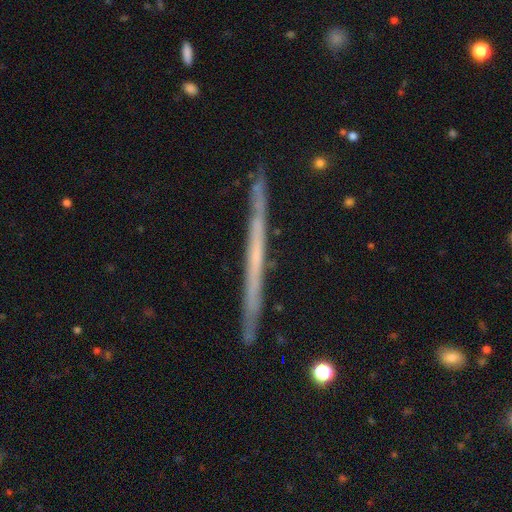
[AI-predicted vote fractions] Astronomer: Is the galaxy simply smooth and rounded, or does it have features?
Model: featured or disk — 64%.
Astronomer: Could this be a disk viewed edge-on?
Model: yes — 98%.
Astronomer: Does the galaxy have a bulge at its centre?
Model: none — 91%.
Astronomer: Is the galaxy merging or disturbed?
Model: none — 90%.